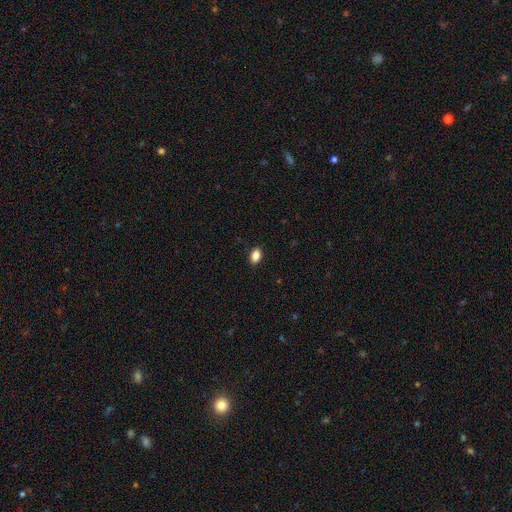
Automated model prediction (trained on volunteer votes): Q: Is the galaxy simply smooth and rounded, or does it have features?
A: smooth — 88%.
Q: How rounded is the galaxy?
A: in between — 87%.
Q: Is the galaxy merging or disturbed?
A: none — 88%.